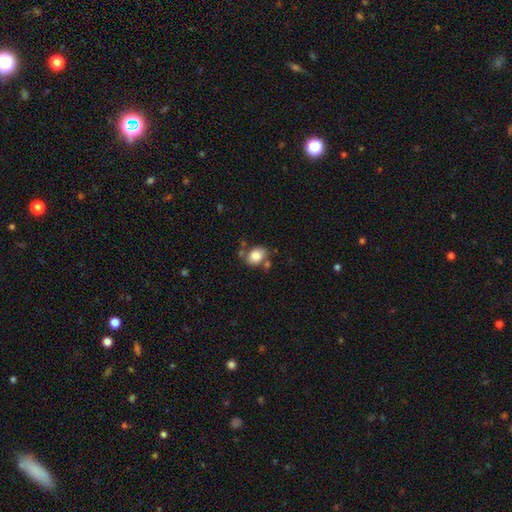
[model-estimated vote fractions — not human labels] This appears to be a smooth galaxy with no disk features (82%) that is in between round and cigar-shaped (68%). Merging: none (62%).